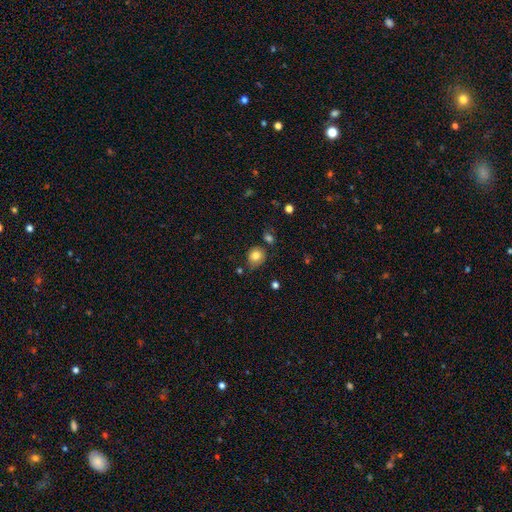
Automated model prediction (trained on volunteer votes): This appears to be a smooth galaxy with no disk features (81%) that is round (74%). Merging: none (68%).